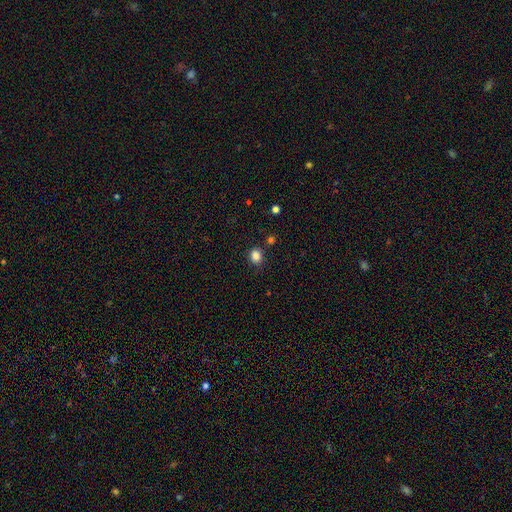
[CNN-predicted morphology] Smooth or featured?
  - smooth: 85% *
  - star or artifact: 12%
  - featured or disk: 3%
How rounded?
  - round: 64% *
  - in between: 35%
  - cigar-shaped: 1%
Merging?
  - none: 80% *
  - minor disturbance: 12%
  - merger: 5%
  - major disturbance: 3%